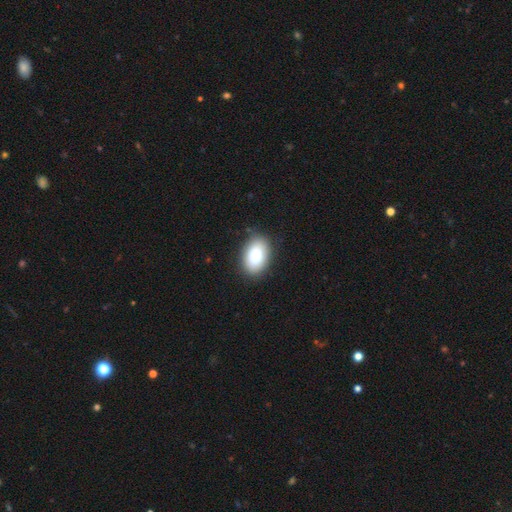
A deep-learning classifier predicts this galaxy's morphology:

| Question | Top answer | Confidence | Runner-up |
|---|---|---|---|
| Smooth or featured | smooth | 84% | featured or disk (9%) |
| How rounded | in between | 89% | round (9%) |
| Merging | none | 85% | minor disturbance (12%) |